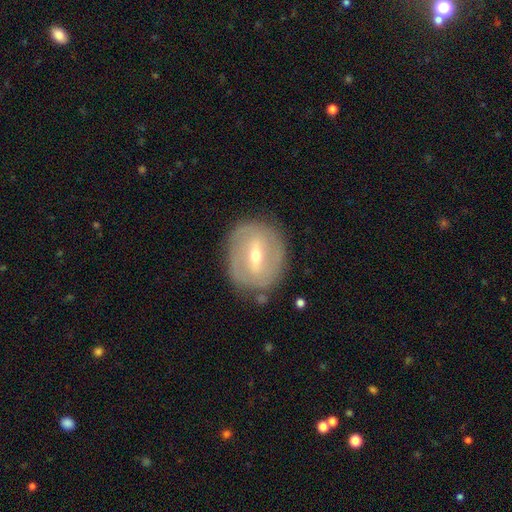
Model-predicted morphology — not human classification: smooth_or_featured: featured or disk (p=0.70) [alt: smooth p=0.24]
disk_edge_on: no (p=0.93) [alt: yes p=0.07]
bar: strong (p=0.46) [alt: weak p=0.41]
has_spiral_arms: yes (p=0.54) [alt: no p=0.46]
bulge_size: moderate (p=0.55) [alt: small p=0.42]
merging: none (p=0.79) [alt: minor disturbance p=0.14]